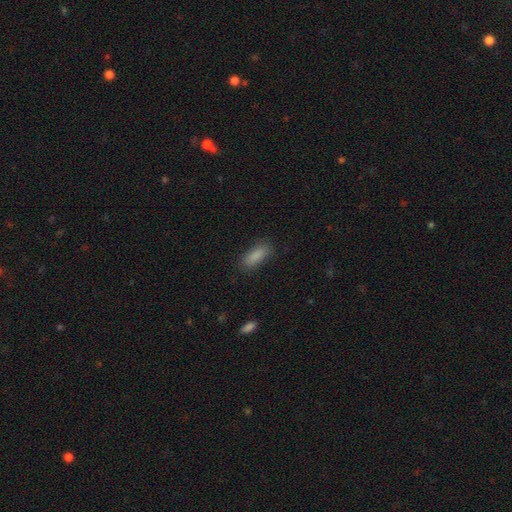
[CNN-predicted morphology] Q: Smooth or featured?
A: smooth (88%); runner-up: star or artifact (8%)
Q: How rounded?
A: in between (75%); runner-up: cigar-shaped (23%)
Q: Merging?
A: none (84%); runner-up: minor disturbance (11%)